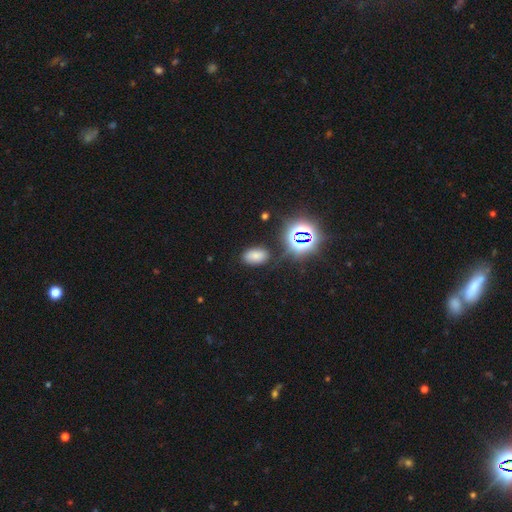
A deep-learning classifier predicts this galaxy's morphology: Q: Smooth or featured?
A: smooth (67%); runner-up: star or artifact (25%)
Q: How rounded?
A: in between (90%); runner-up: round (9%)
Q: Merging?
A: none (82%); runner-up: minor disturbance (12%)